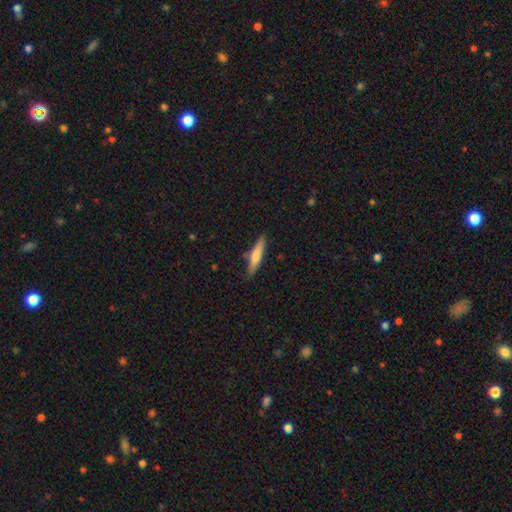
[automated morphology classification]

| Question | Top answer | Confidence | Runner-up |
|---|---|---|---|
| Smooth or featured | smooth | 60% | featured or disk (34%) |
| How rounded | cigar-shaped | 88% | in between (11%) |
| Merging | none | 85% | minor disturbance (11%) |